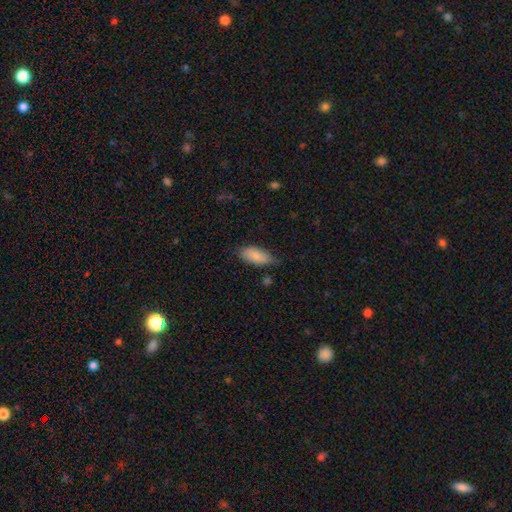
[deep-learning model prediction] The model was most divided on "merging": none: 63%, minor disturbance: 30%, major disturbance: 5%, merger: 2%. More confident: how rounded — in between (88%); smooth or featured — smooth (85%).